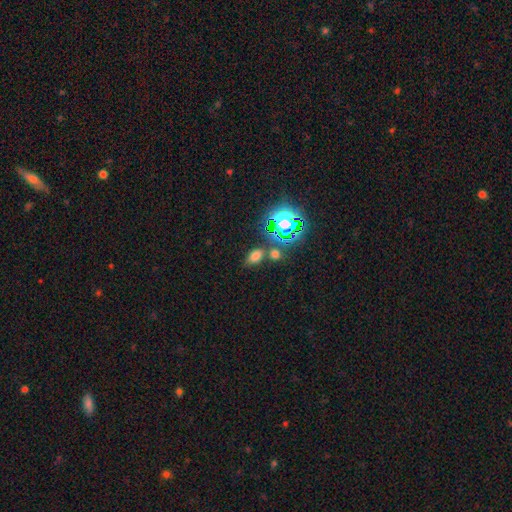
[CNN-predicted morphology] type=smooth (61%); roundness=in between (83%); merging=none (69%).